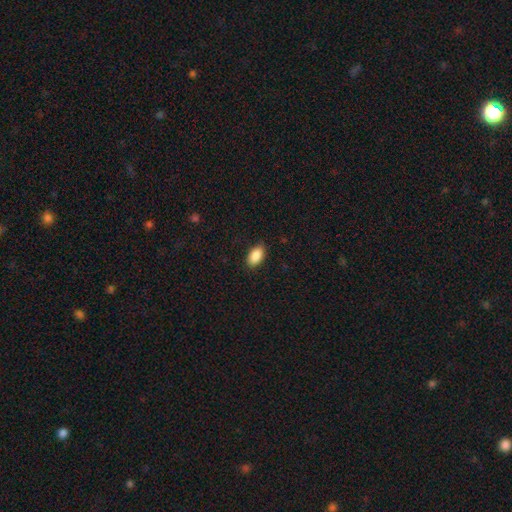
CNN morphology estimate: Smooth or featured?
  - smooth: 89% *
  - star or artifact: 7%
  - featured or disk: 4%
How rounded?
  - in between: 93% *
  - round: 5%
  - cigar-shaped: 2%
Merging?
  - none: 85% *
  - minor disturbance: 12%
  - major disturbance: 2%
  - merger: 1%